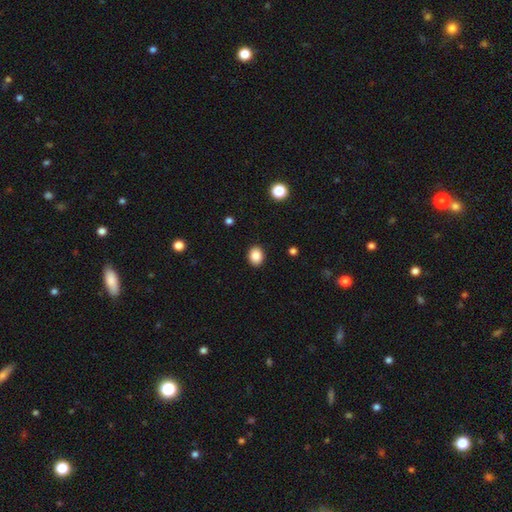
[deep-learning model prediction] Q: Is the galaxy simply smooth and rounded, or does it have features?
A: smooth — 87%.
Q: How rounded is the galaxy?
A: in between — 53%.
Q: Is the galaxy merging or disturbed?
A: none — 90%.